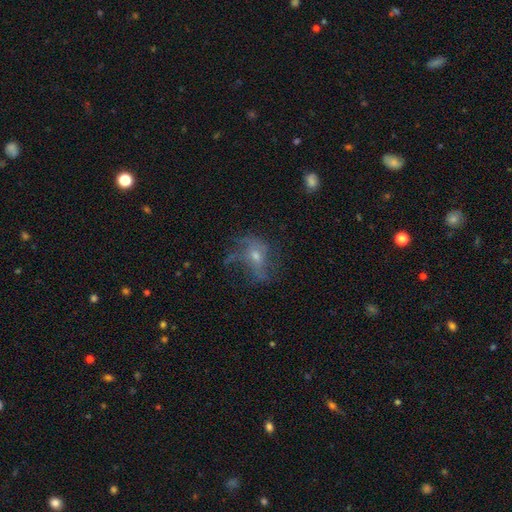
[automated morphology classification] A featured or disk galaxy (59%) with no bar (70%), spiral arms (61%) and a small central bulge (50%). Merging: none (47%).